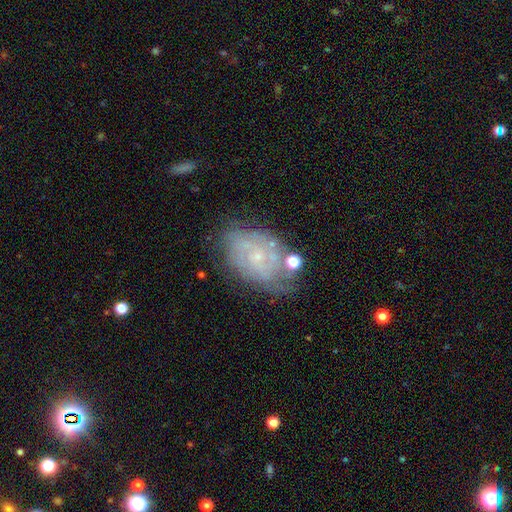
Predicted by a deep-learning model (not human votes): Smooth or featured: featured or disk — 62% (smooth — 22%)
Edge-on disk: no — 96% (yes — 4%)
Bar: no — 72% (weak — 23%)
Spiral arms: yes — 76% (no — 24%)
Bulge size: small — 76% (moderate — 18%)
Merging: none — 65% (minor disturbance — 21%)